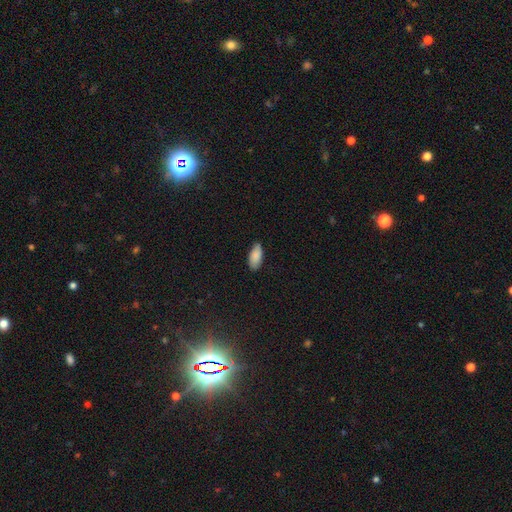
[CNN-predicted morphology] A smooth galaxy with no disk features (87%) that is in between round and cigar-shaped (89%). Merging: none (82%).